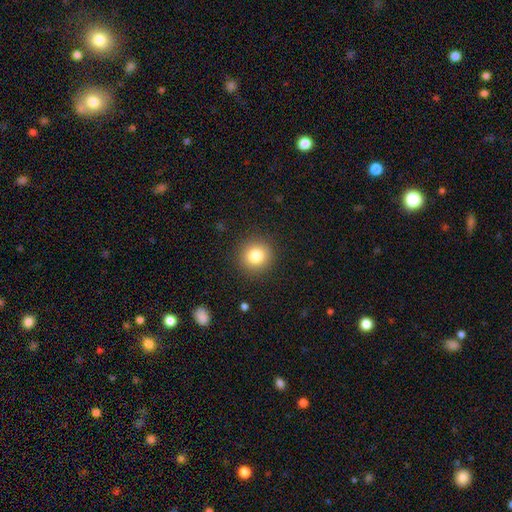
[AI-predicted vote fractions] Q: Smooth or featured?
A: smooth (82%); runner-up: star or artifact (11%)
Q: How rounded?
A: round (92%); runner-up: in between (7%)
Q: Merging?
A: none (90%); runner-up: minor disturbance (6%)